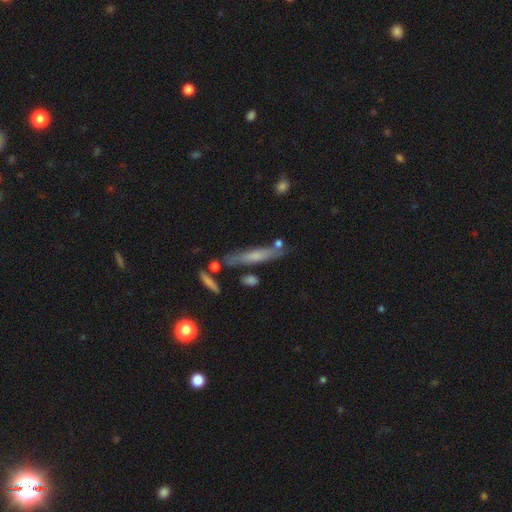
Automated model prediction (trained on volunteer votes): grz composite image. It shows a smooth galaxy with no disk features (50%). Merging: none (75%).